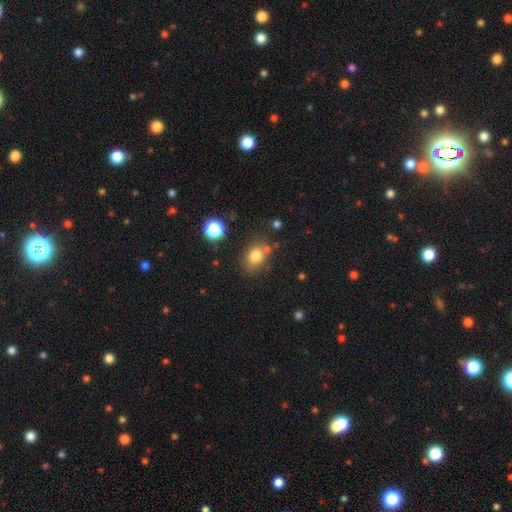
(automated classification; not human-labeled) smooth 79%, star or artifact 13%, featured or disk 8%. Down the decision tree: how rounded — in between (56%); merging — none (70%).